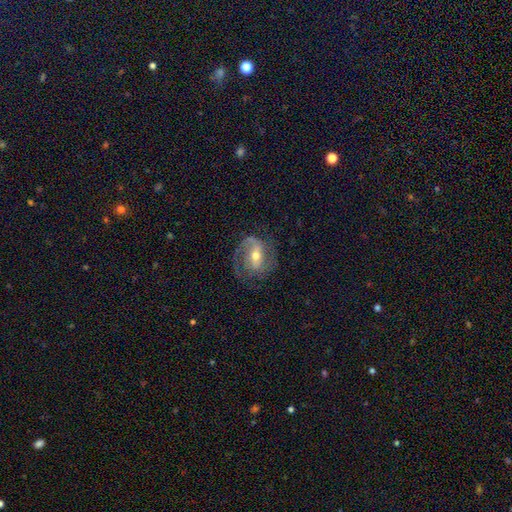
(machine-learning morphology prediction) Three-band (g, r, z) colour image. It shows a featured or disk galaxy (84%) with a weak bar (41%), 2 (72%) medium (49%) spiral arms (94%) and a moderate central bulge (63%). Merging: none (69%).